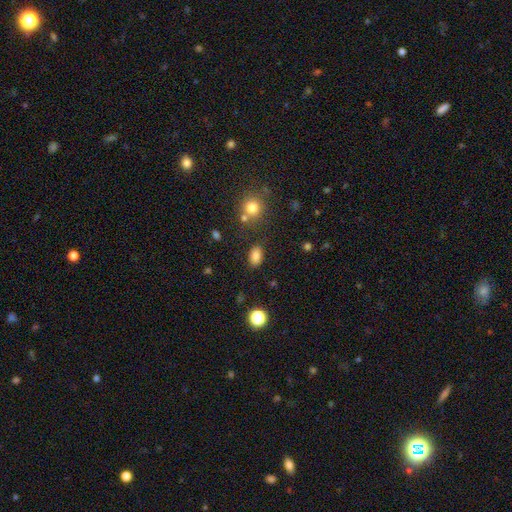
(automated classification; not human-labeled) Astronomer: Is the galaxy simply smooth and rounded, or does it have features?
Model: smooth — 83%.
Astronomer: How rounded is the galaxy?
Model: in between — 87%.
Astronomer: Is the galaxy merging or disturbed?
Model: none — 82%.